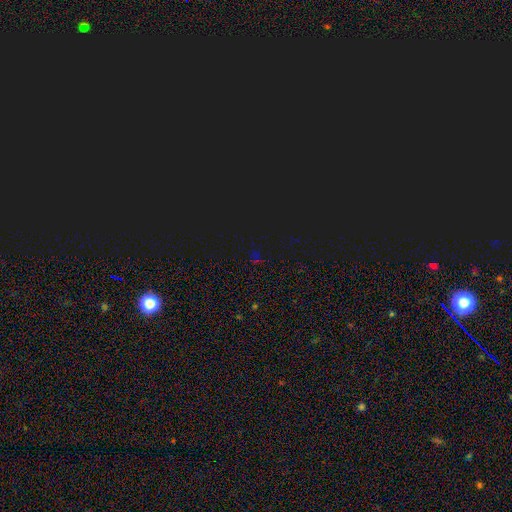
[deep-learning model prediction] smooth_or_featured: star or artifact (p=0.77) [alt: smooth p=0.15]